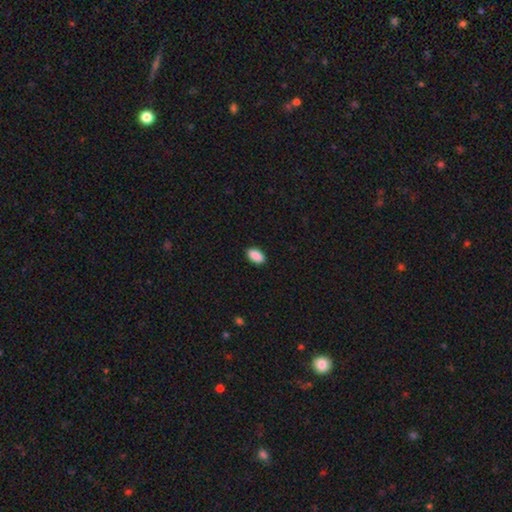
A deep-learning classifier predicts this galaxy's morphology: This is clearly a smooth galaxy (91%). How rounded: clearly in between (94%). Merging: clearly none (90%).